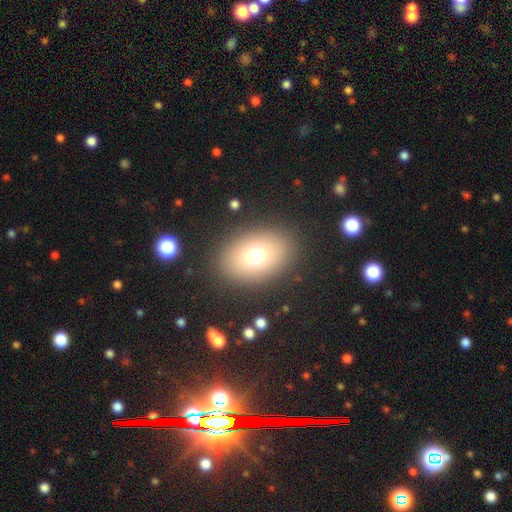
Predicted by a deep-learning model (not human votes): Overall: smooth (72%). How rounded: in between (68%; round 31%). Merging: none (86%).